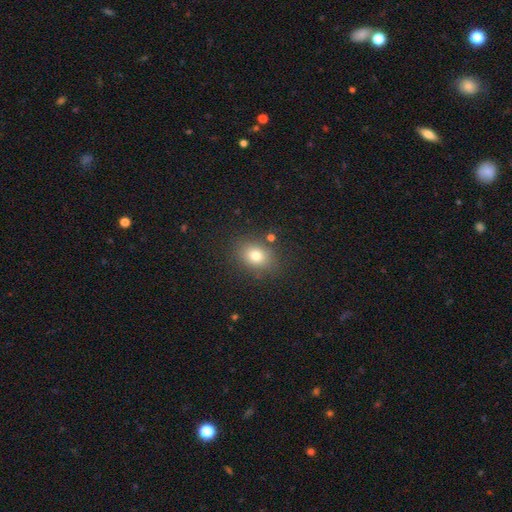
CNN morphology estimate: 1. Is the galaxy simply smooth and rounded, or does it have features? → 77% smooth, 13% star or artifact, 10% featured or disk.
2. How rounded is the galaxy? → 52% in between, 47% round, 1% cigar-shaped.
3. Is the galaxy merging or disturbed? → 82% none, 11% minor disturbance, 4% major disturbance, 3% merger.